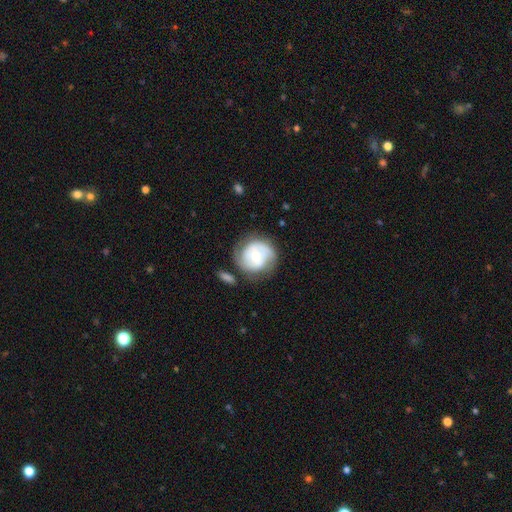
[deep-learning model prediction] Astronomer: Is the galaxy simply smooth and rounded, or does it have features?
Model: featured or disk — 69%.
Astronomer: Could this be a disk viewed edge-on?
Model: no — 97%.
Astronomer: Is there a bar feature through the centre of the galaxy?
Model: no — 55% (runner-up: weak, 33%).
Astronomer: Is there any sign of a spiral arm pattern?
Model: yes — 76%.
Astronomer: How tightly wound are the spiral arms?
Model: tight — 58%.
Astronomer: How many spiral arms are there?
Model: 2 — 62%.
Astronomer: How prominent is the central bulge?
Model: moderate — 71%.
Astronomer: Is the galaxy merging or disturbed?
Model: none — 68%.